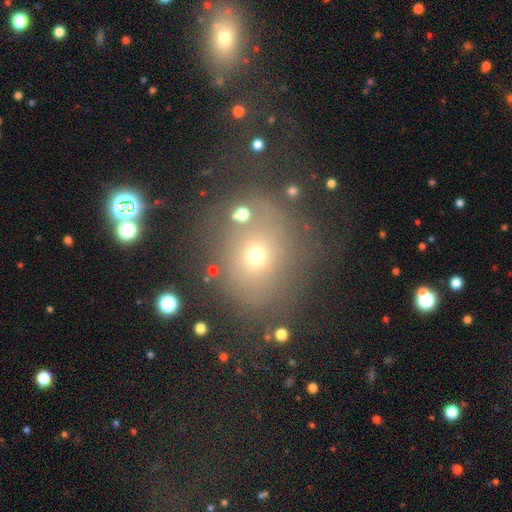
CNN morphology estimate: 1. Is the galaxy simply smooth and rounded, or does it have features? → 61% smooth, 23% star or artifact, 16% featured or disk.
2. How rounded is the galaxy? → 76% round, 23% in between, 1% cigar-shaped.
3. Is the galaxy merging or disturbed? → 67% none, 16% minor disturbance, 11% major disturbance, 7% merger.